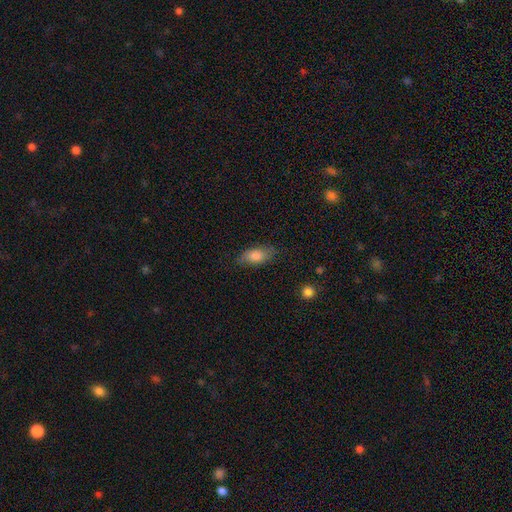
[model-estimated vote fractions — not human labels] A smooth galaxy with no disk features (77%) that is in between round and cigar-shaped (86%).

Vote fractions:
- Smooth or featured? smooth: 77% / featured or disk: 16% / star or artifact: 7%
- How rounded? in between: 86% / cigar-shaped: 9% / round: 5%
- Merging? none: 72% / minor disturbance: 21% / major disturbance: 6% / merger: 1%